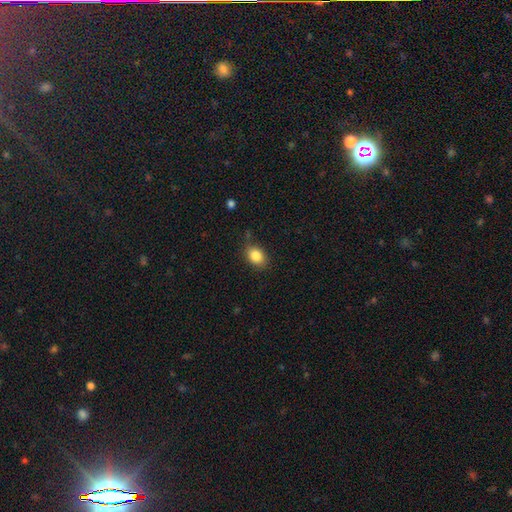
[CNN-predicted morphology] Q: Smooth or featured?
A: smooth (85%); runner-up: star or artifact (9%)
Q: How rounded?
A: in between (68%); runner-up: round (30%)
Q: Merging?
A: none (79%); runner-up: minor disturbance (16%)